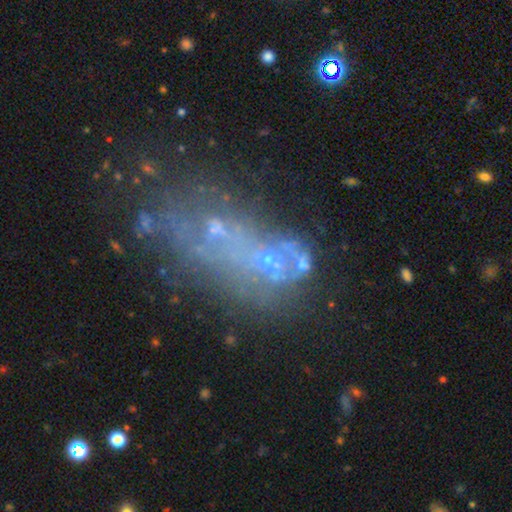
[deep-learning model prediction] Q: Smooth or featured?
A: featured or disk (45%); runner-up: star or artifact (33%)
Q: Merging?
A: none (32%); runner-up: merger (31%)